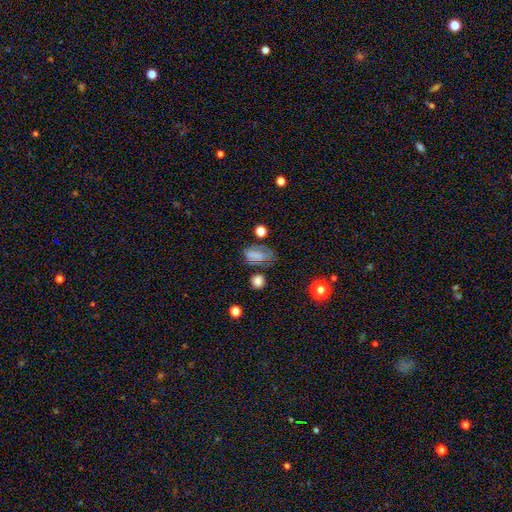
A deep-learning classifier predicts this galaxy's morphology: type=smooth (66%); roundness=in between (83%); merging=none (52%).